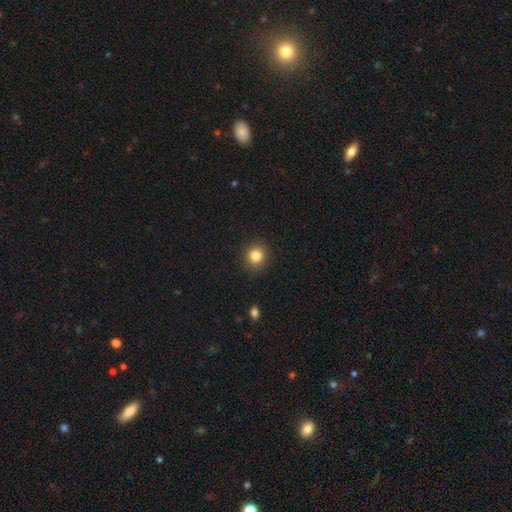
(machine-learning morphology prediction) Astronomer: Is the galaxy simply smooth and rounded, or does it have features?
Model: smooth — 83%.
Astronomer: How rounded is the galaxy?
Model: round — 90%.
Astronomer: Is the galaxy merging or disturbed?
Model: none — 91%.